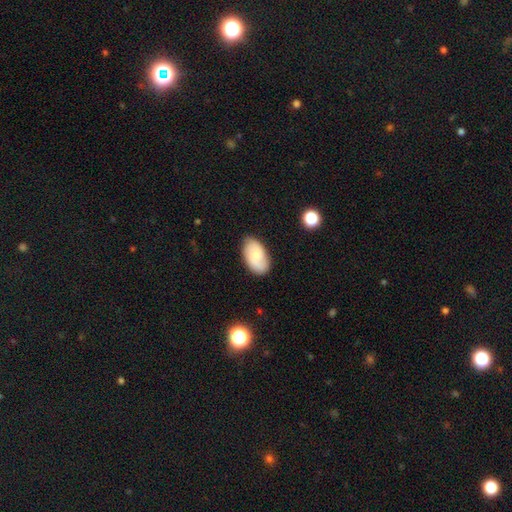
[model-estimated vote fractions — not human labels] Smooth or featured?
  - smooth: 67% *
  - featured or disk: 26%
  - star or artifact: 7%
How rounded?
  - in between: 94% *
  - round: 4%
  - cigar-shaped: 2%
Merging?
  - none: 81% *
  - minor disturbance: 15%
  - major disturbance: 3%
  - merger: 1%